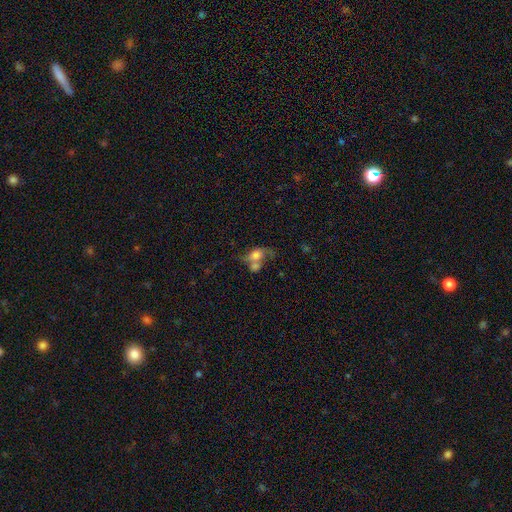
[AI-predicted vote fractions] Morphology: type=smooth (53%); roundness=in between (61%); merging=merger (48%).